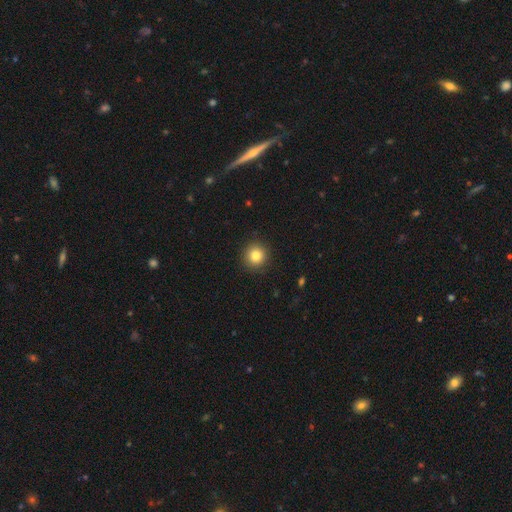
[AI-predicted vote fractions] The model was most divided on "smooth or featured": smooth: 83%, star or artifact: 10%, featured or disk: 7%. More confident: how rounded — round (94%); merging — none (91%).